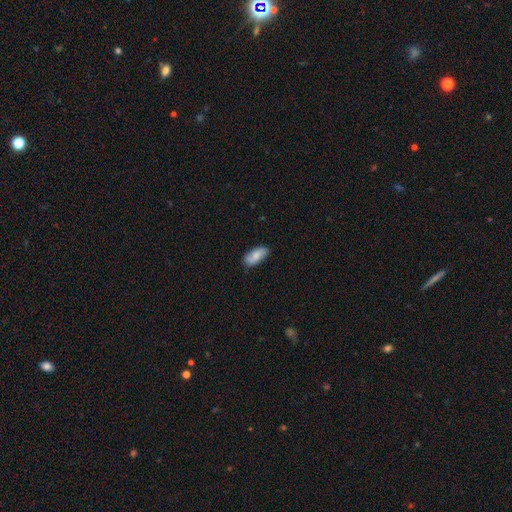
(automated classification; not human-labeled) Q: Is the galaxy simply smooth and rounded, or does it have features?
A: smooth — 73%.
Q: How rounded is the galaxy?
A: in between — 90%.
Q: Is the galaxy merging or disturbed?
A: none — 81%.